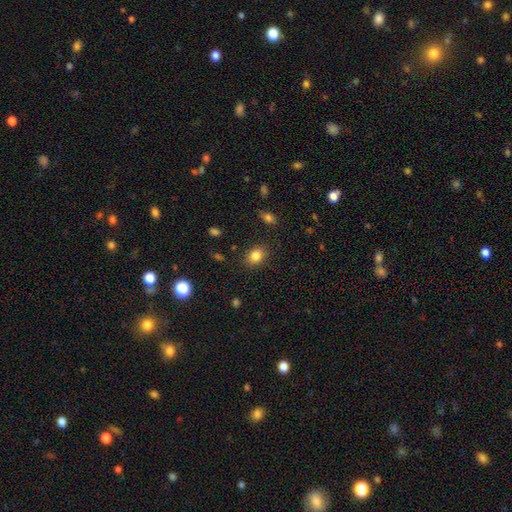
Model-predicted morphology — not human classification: This appears to be a smooth galaxy with no disk features (83%) that is in between round and cigar-shaped (62%). Merging: none (85%).